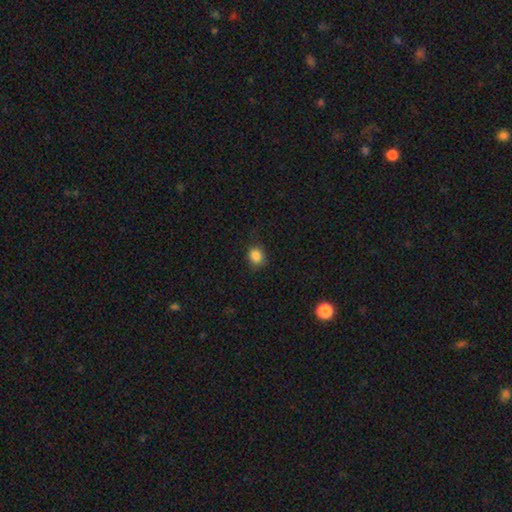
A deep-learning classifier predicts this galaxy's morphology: Q: Smooth or featured?
A: smooth (86%); runner-up: star or artifact (10%)
Q: How rounded?
A: round (62%); runner-up: in between (37%)
Q: Merging?
A: none (80%); runner-up: minor disturbance (16%)